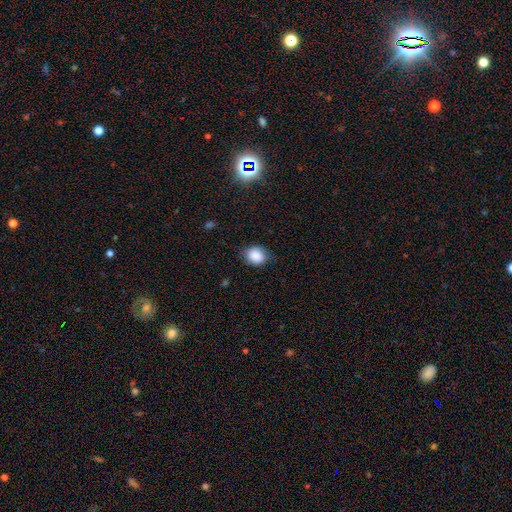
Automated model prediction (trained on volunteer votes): A smooth galaxy with no disk features (87%) that is round (65%).

Vote fractions:
- Smooth or featured? smooth: 87% / star or artifact: 9% / featured or disk: 5%
- How rounded? round: 65% / in between: 34% / cigar-shaped: 1%
- Merging? none: 76% / minor disturbance: 19% / major disturbance: 4% / merger: 1%